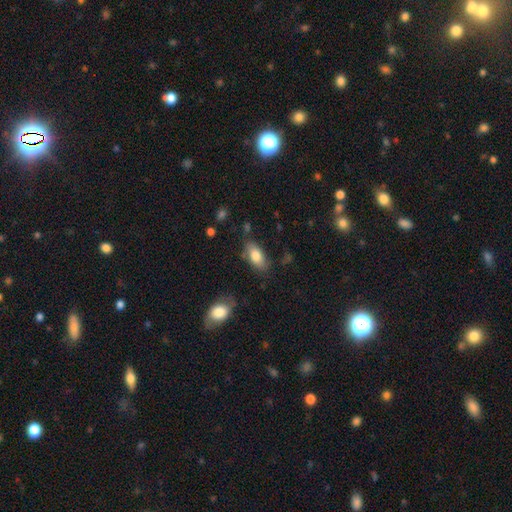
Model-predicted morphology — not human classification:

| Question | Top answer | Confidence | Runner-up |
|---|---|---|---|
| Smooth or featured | smooth | 80% | featured or disk (13%) |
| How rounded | in between | 90% | cigar-shaped (6%) |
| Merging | none | 72% | minor disturbance (19%) |